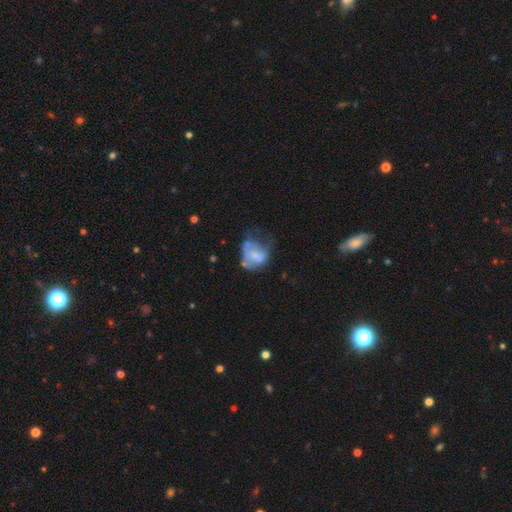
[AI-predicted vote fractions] smooth-or-featured: smooth: 49% | featured or disk: 41% | star or artifact: 10%
  merging: major disturbance: 41% | minor disturbance: 27% | none: 22% | merger: 9%